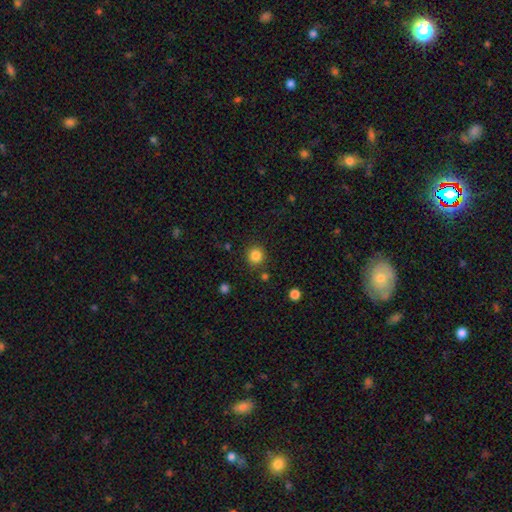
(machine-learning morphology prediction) This appears to be a smooth galaxy with no disk features (85%) that is round (92%). Merging: none (86%).